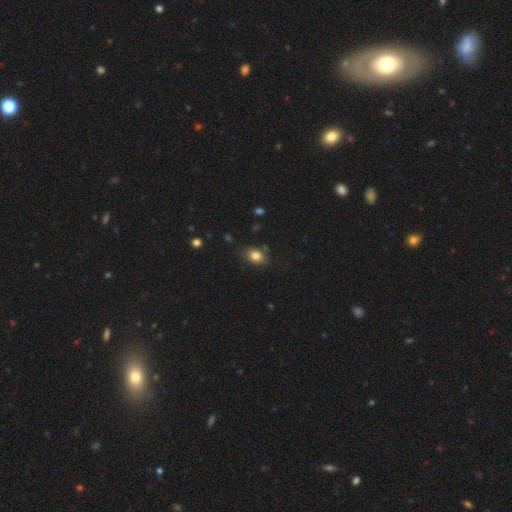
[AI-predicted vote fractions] Morphology: type=smooth (83%); roundness=in between (66%); merging=none (77%).